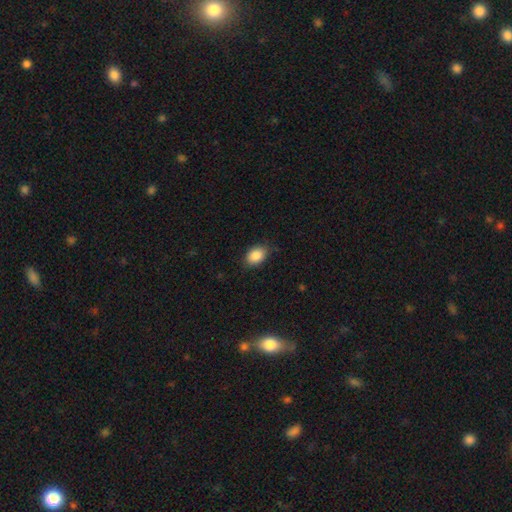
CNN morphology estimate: A smooth galaxy with no disk features (87%) that is in between round and cigar-shaped (76%).

Vote fractions:
- Smooth or featured? smooth: 87% / star or artifact: 8% / featured or disk: 5%
- How rounded? in between: 76% / round: 23% / cigar-shaped: 1%
- Merging? none: 82% / minor disturbance: 15% / major disturbance: 3% / merger: 1%